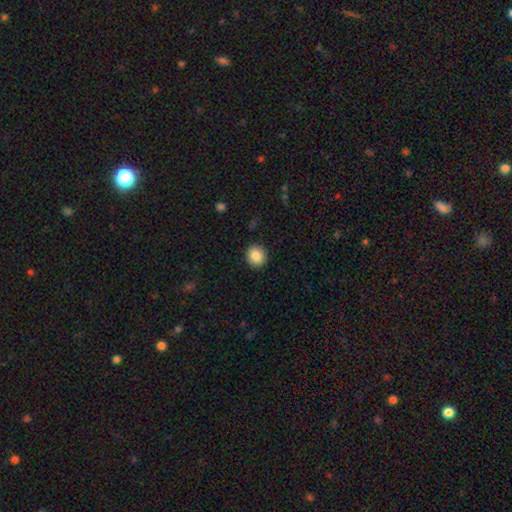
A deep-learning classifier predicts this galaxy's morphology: A smooth galaxy with no disk features (86%) that is round (85%). Merging: none (91%).